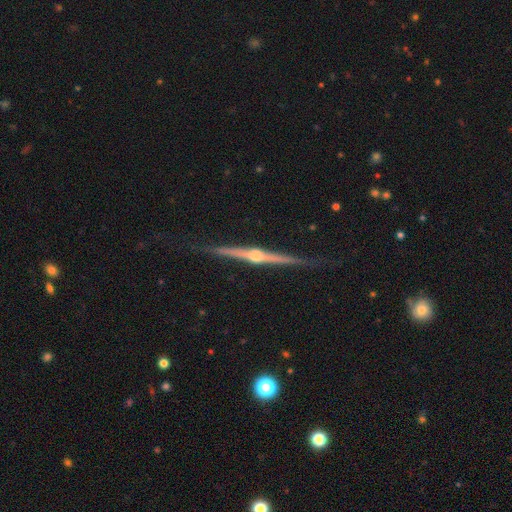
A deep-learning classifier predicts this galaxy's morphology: Smooth or featured? Predicted: featured or disk (p=0.88). Edge-on disk? Predicted: yes (p=0.98). Edge-on bulge? Predicted: rounded (p=0.93). Merging? Predicted: none (p=0.85).